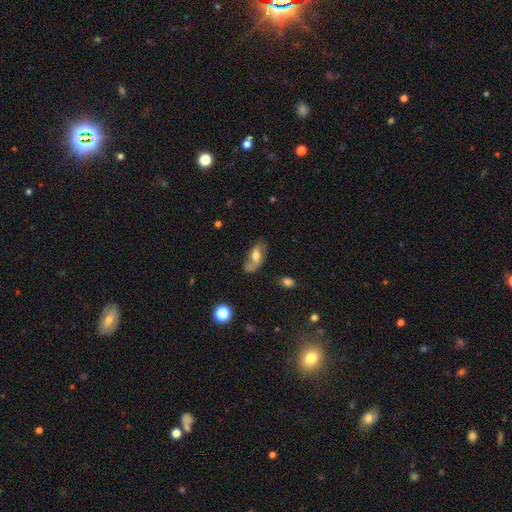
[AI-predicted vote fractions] Overall: featured or disk (50%; smooth 42%). Merging: none (55%; minor disturbance 26%).